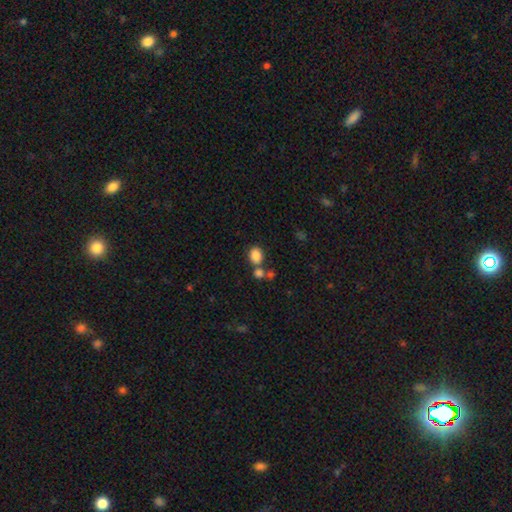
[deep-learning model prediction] A smooth galaxy with no disk features (85%) that is in between round and cigar-shaped (60%).

Vote fractions:
- Smooth or featured? smooth: 85% / star or artifact: 10% / featured or disk: 5%
- How rounded? in between: 60% / round: 39% / cigar-shaped: 1%
- Merging? none: 57% / merger: 28% / minor disturbance: 11% / major disturbance: 5%